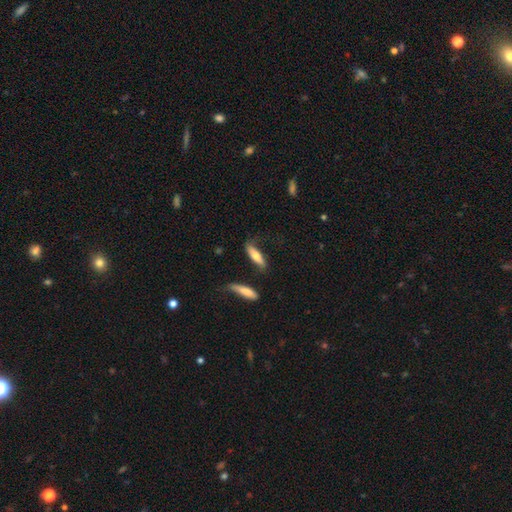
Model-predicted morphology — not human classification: Q: Smooth or featured?
A: smooth (63%); runner-up: featured or disk (31%)
Q: How rounded?
A: cigar-shaped (62%); runner-up: in between (36%)
Q: Merging?
A: none (58%); runner-up: minor disturbance (24%)